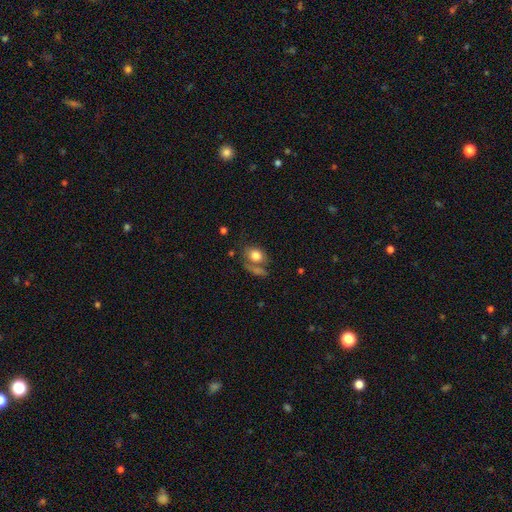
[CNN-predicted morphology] Q: Smooth or featured?
A: smooth (77%); runner-up: featured or disk (14%)
Q: How rounded?
A: in between (55%); runner-up: round (43%)
Q: Merging?
A: none (46%); runner-up: merger (25%)